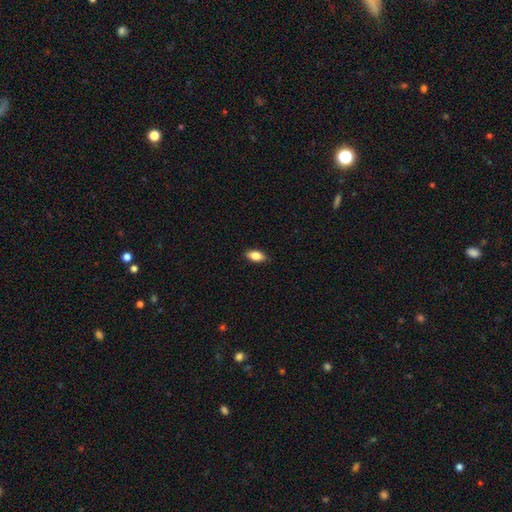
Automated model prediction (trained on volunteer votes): A smooth galaxy with no disk features (83%) that is in between round and cigar-shaped (88%).

Vote fractions:
- Smooth or featured? smooth: 83% / featured or disk: 10% / star or artifact: 7%
- How rounded? in between: 88% / cigar-shaped: 8% / round: 4%
- Merging? none: 87% / minor disturbance: 10% / major disturbance: 2% / merger: 1%